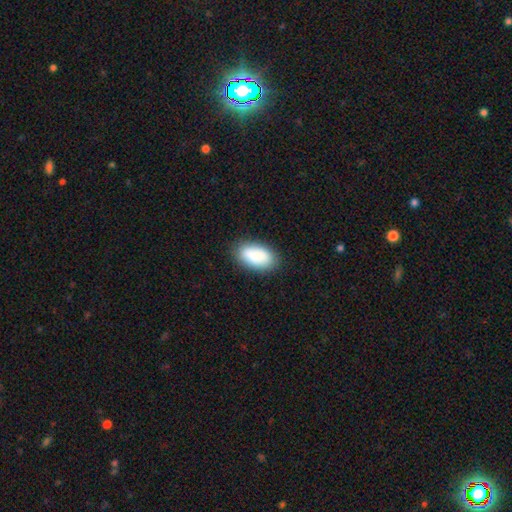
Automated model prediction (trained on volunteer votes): Overall: smooth (88%). How rounded: in between (94%). Merging: none (84%).